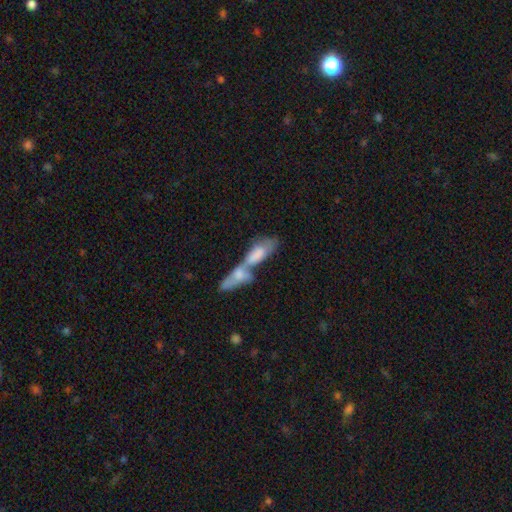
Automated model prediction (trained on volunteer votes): Morphology: type=smooth (56%); roundness=in between (60%); merging=merger (76%).